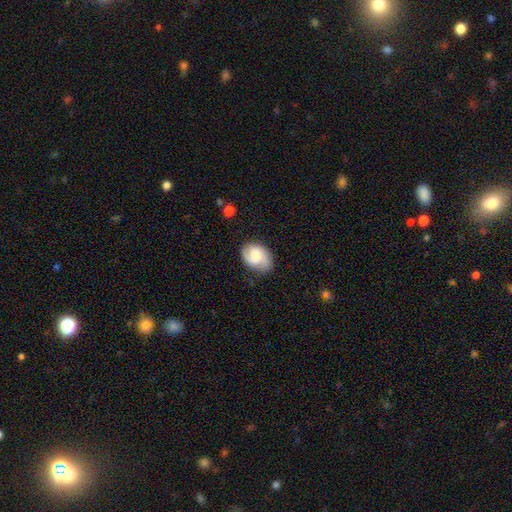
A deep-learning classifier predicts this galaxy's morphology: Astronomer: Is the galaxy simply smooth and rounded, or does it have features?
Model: featured or disk — 53% (runner-up: smooth, 40%).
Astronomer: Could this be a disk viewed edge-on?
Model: no — 97%.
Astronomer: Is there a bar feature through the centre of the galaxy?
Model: no — 46% (runner-up: weak, 45%).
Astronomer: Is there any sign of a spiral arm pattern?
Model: yes — 89%.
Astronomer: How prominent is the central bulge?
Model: moderate — 49% (runner-up: small, 28%).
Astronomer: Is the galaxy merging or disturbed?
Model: none — 74%.